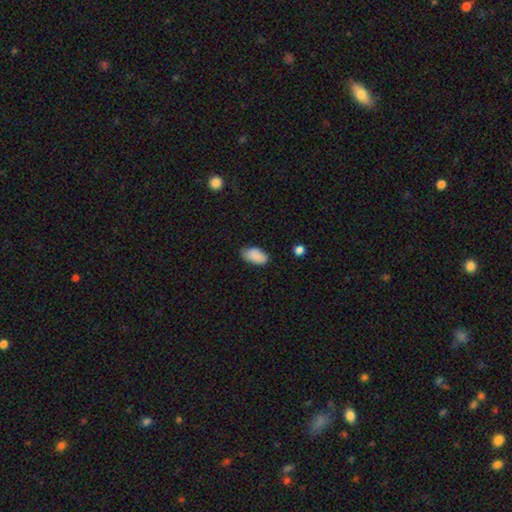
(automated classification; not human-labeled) smooth 87%, star or artifact 7%, featured or disk 6%. Down the decision tree: how rounded — in between (94%); merging — none (69%).